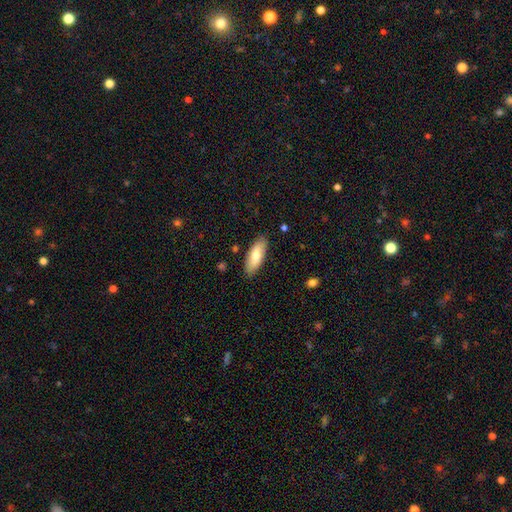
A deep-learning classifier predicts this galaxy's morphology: A smooth galaxy with no disk features (73%) that is in between round and cigar-shaped (73%).

Vote fractions:
- Smooth or featured? smooth: 73% / featured or disk: 22% / star or artifact: 6%
- How rounded? in between: 73% / cigar-shaped: 25% / round: 2%
- Merging? none: 87% / minor disturbance: 10% / major disturbance: 2% / merger: 1%